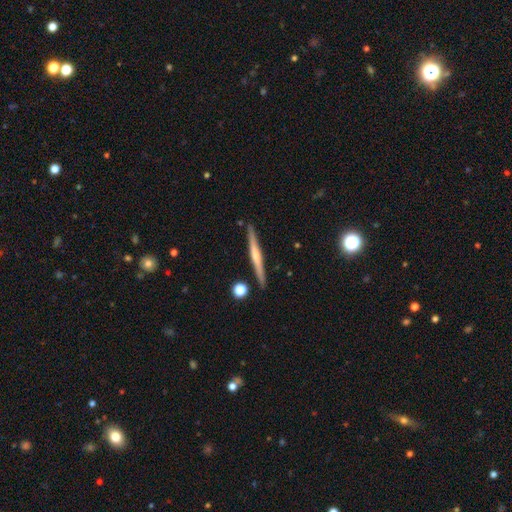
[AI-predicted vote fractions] Morphology: type=featured or disk (61%); edge-on=yes (98%); edge-on bulge=rounded (55%); merging=none (89%).